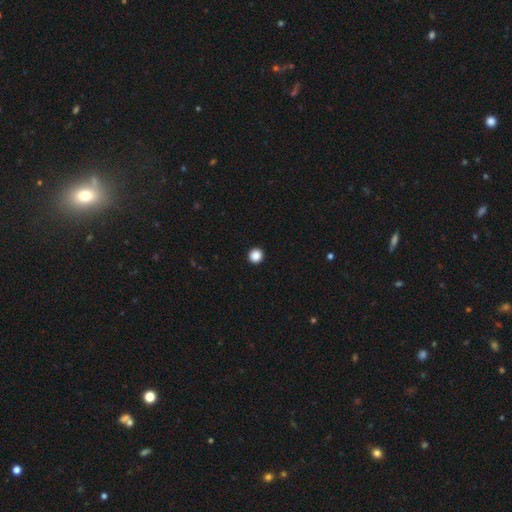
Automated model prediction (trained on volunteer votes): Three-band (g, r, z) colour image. It shows a smooth galaxy with no disk features (88%) that is round (95%). Merging: none (94%).